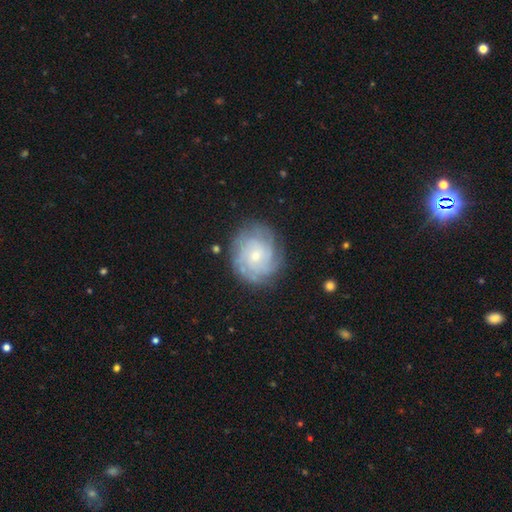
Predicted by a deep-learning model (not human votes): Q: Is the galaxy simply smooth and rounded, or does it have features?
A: featured or disk — 75%.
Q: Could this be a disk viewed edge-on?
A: no — 98%.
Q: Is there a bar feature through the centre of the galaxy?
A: no — 75%.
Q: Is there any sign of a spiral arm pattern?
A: yes — 94%.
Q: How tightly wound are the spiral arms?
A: tight — 70%.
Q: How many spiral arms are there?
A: can't tell — 38%.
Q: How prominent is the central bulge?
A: small — 64%.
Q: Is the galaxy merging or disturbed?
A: none — 80%.